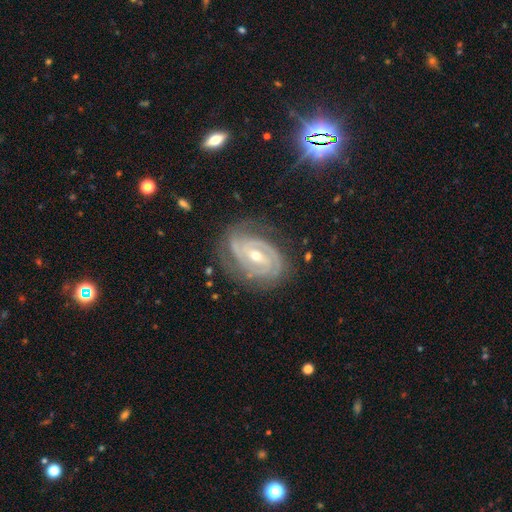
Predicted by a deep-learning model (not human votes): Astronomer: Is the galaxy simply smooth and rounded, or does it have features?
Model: featured or disk — 91%.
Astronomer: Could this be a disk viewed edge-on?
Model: no — 97%.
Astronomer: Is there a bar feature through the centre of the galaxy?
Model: weak — 42% (runner-up: strong, 29%).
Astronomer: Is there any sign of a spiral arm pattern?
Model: yes — 98%.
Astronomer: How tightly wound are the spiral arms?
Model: tight — 72%.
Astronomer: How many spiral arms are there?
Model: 2 — 41% (runner-up: 3, 29%).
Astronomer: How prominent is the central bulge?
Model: small — 51% (runner-up: moderate, 46%).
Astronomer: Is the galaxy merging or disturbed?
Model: none — 74%.